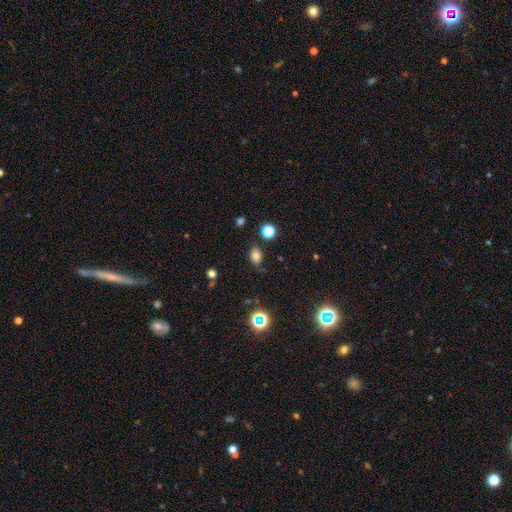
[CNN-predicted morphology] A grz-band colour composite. It shows a smooth galaxy with no disk features (75%) that is in between round and cigar-shaped (77%). Merging: none (74%).